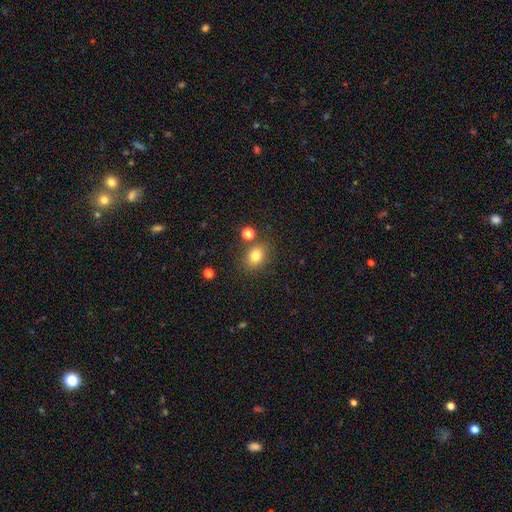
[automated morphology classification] smooth 80%, star or artifact 12%, featured or disk 8%. Down the decision tree: how rounded — in between (55%); merging — none (76%).